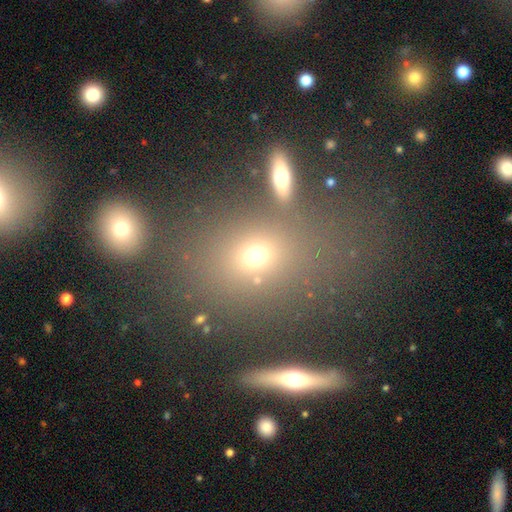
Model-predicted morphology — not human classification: smooth-or-featured: smooth: 69% | star or artifact: 20% | featured or disk: 11%
  how-rounded: round: 50% | in between: 46% | cigar-shaped: 3%
  merging: none: 62% | merger: 20% | minor disturbance: 11% | major disturbance: 7%